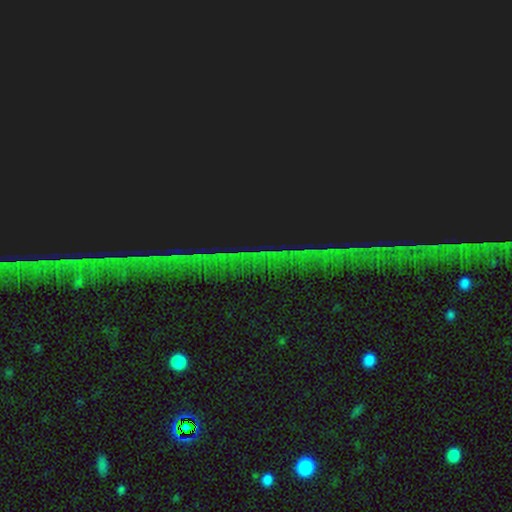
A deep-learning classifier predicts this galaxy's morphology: This appears to be a star or artifact, not a galaxy (83%).